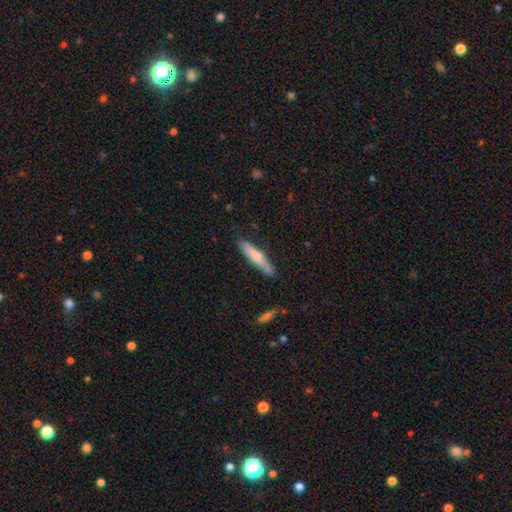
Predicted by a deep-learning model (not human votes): Smooth or featured?
  - smooth: 68% *
  - featured or disk: 27%
  - star or artifact: 6%
How rounded?
  - cigar-shaped: 86% *
  - in between: 13%
  - round: 1%
Merging?
  - none: 78% *
  - minor disturbance: 17%
  - major disturbance: 3%
  - merger: 2%